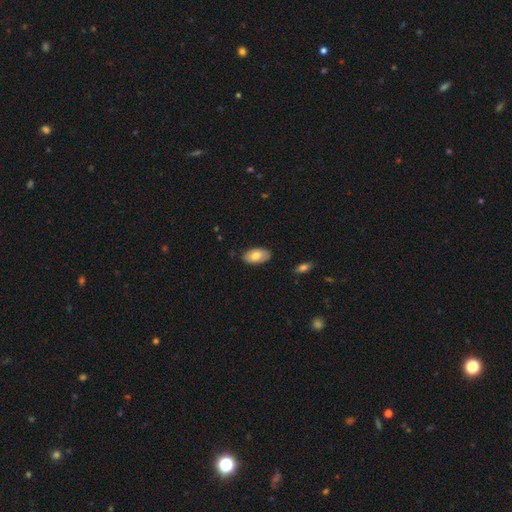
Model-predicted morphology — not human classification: Overall: smooth (75%). How rounded: in between (95%). Merging: none (83%).